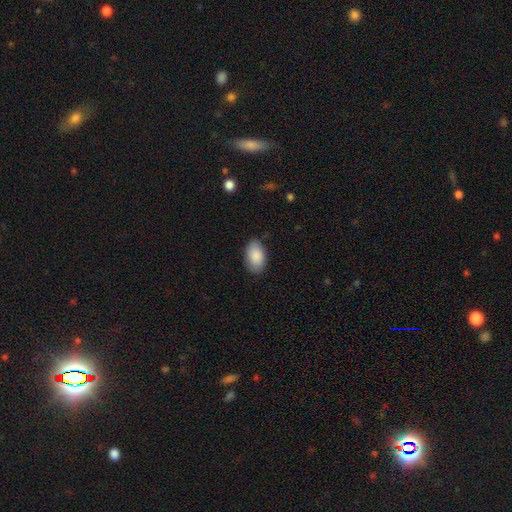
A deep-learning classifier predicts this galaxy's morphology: Smooth or featured: smooth — 89% (star or artifact — 6%)
How rounded: in between — 94% (round — 5%)
Merging: none — 83% (minor disturbance — 13%)